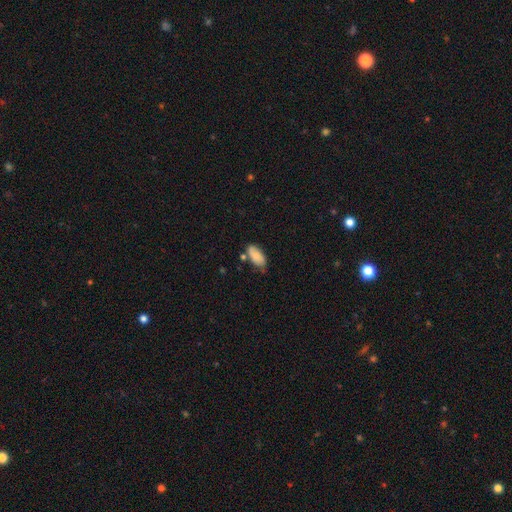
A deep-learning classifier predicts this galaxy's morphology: This appears to be a smooth galaxy with no disk features (80%) that is in between round and cigar-shaped (90%). Merging: none (58%).